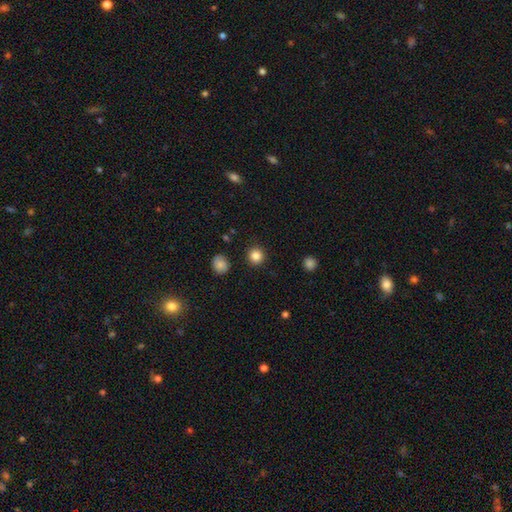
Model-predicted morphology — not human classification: Smooth or featured? smooth (85%)
How rounded? round (93%)
Merging? none (91%)